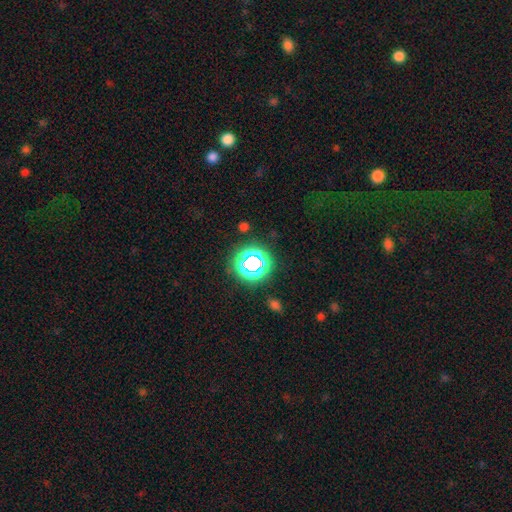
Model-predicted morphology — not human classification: Q: Smooth or featured?
A: star or artifact (67%); runner-up: smooth (25%)